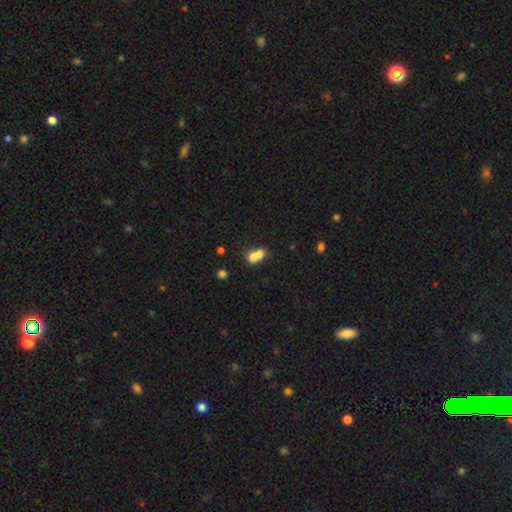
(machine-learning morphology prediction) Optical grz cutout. It shows a smooth galaxy with no disk features (71%) that is in between round and cigar-shaped (54%). Merging: merger (70%).